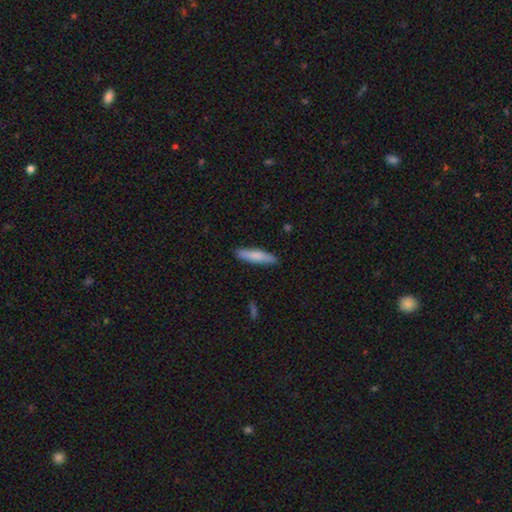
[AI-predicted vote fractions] The model was most divided on "how rounded": cigar-shaped: 79%, in between: 19%, round: 1%. More confident: merging — none (88%); smooth or featured — smooth (79%).